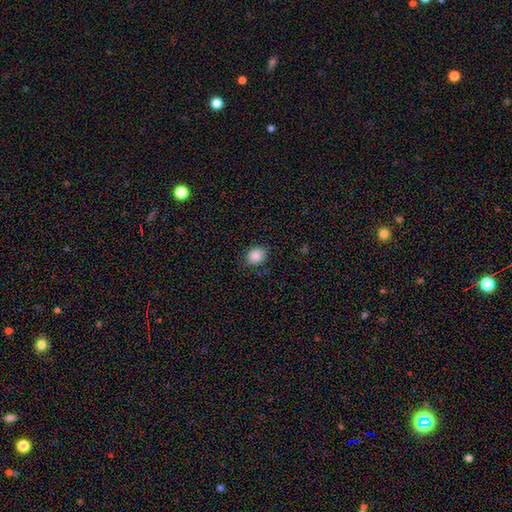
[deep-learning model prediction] Morphology: type=smooth (88%); roundness=in between (51%); merging=none (85%).